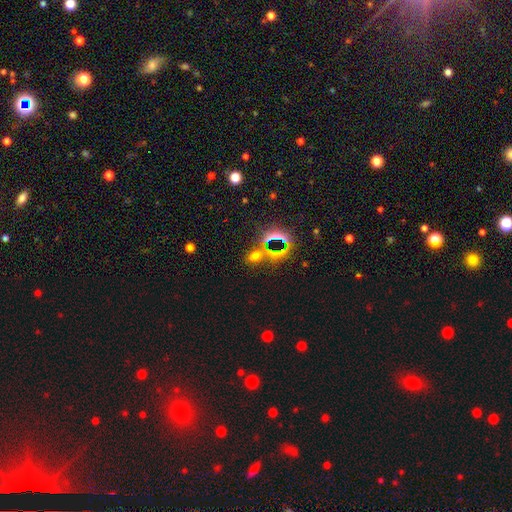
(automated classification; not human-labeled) Smooth or featured: smooth — 48% (star or artifact — 42%)
Merging: none — 57% (merger — 23%)